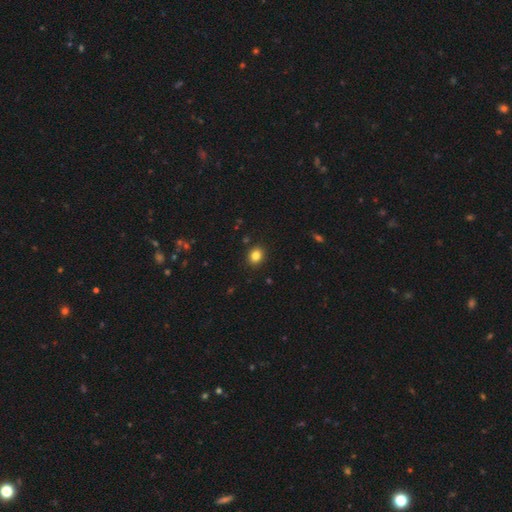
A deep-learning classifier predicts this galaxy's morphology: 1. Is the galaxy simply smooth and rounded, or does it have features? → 84% smooth, 11% star or artifact, 5% featured or disk.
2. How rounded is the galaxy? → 59% round, 41% in between, 1% cigar-shaped.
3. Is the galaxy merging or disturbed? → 90% none, 7% minor disturbance, 2% major disturbance, 1% merger.